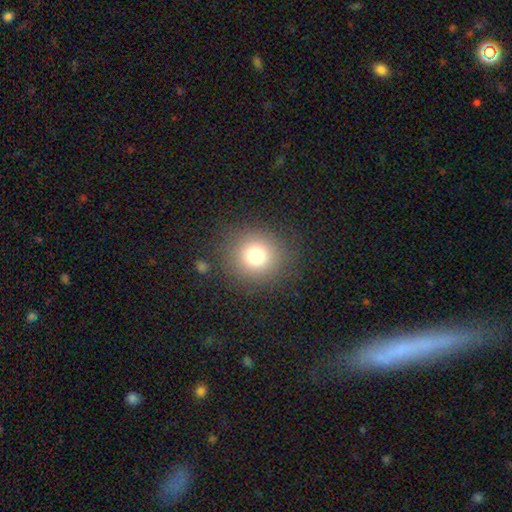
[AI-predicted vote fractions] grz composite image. It shows a smooth galaxy with no disk features (77%) that is round (92%). Merging: none (86%).